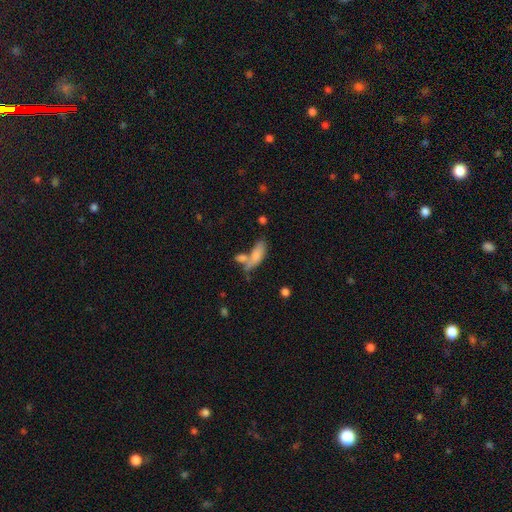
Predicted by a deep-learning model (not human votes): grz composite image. It shows a smooth galaxy with no disk features (75%) that is in between round and cigar-shaped (70%). Merging: merger (40%).